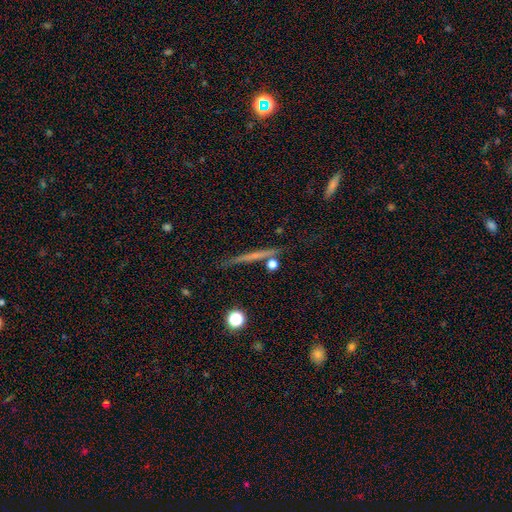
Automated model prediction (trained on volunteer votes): Morphology: type=featured or disk (55%); edge-on=yes (96%); edge-on bulge=none (76%); merging=none (83%).